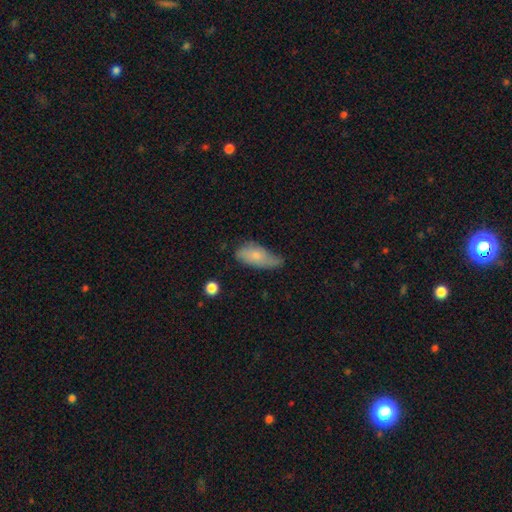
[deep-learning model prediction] Smooth or featured: smooth — 73% (featured or disk — 20%)
How rounded: in between — 85% (cigar-shaped — 12%)
Merging: minor disturbance — 45% (none — 39%)